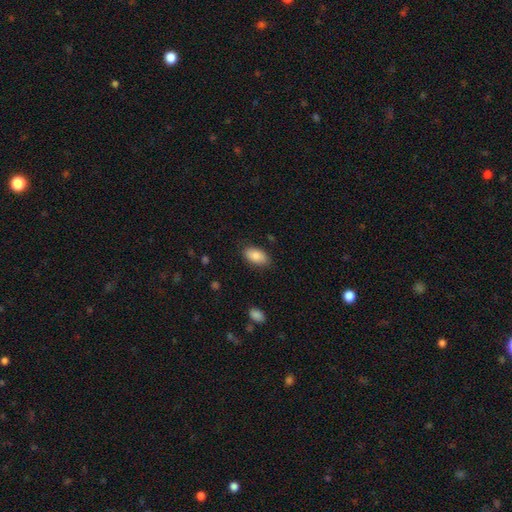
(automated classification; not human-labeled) smooth 87%, star or artifact 7%, featured or disk 6%. Down the decision tree: how rounded — in between (94%); merging — none (83%).